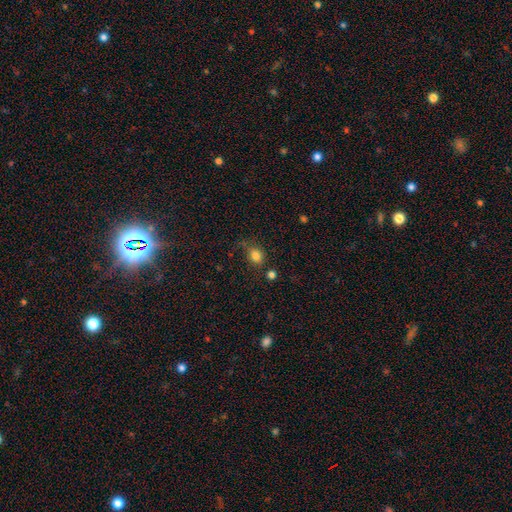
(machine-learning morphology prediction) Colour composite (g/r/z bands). It shows a smooth galaxy with no disk features (81%) that is round (61%). Merging: none (67%).